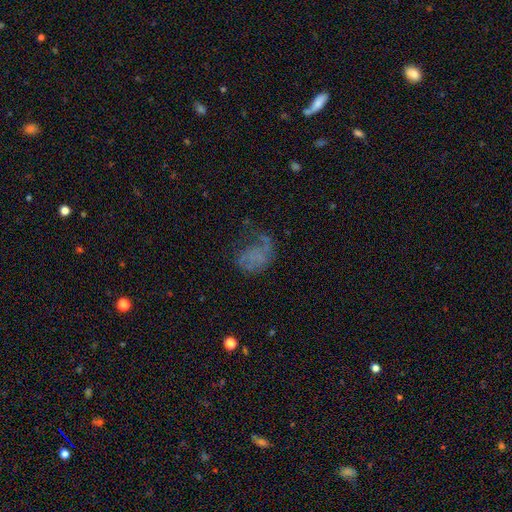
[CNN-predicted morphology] A featured or disk galaxy (41%). Merging: major disturbance (46%).